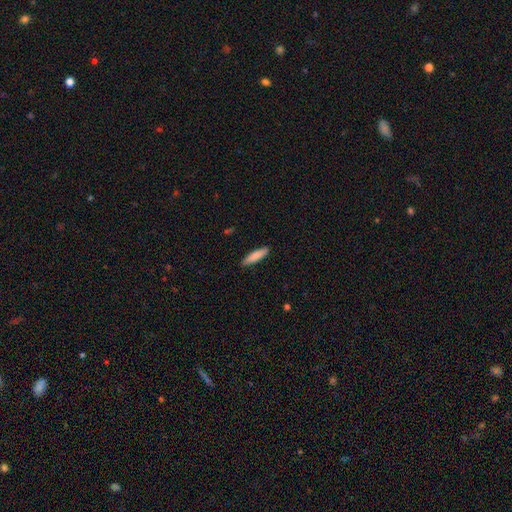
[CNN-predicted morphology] Smooth or featured? smooth (84%)
How rounded? cigar-shaped (78%)
Merging? none (88%)